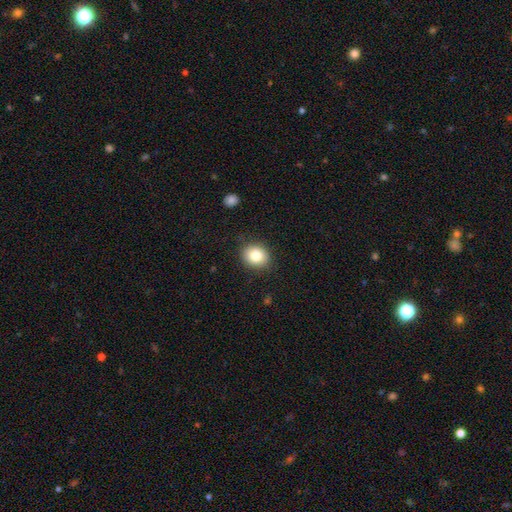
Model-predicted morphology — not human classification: A smooth galaxy with no disk features (81%) that is round (64%). Merging: none (87%).